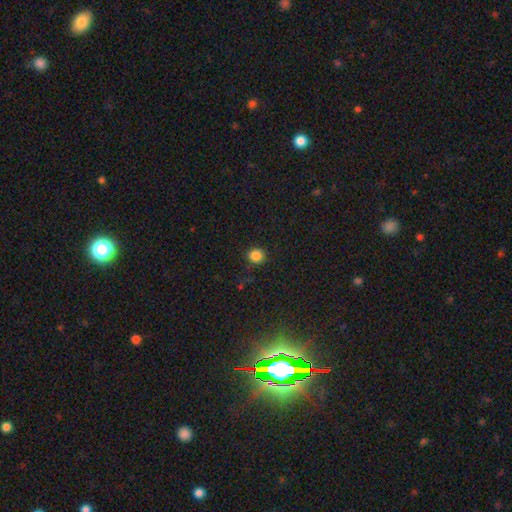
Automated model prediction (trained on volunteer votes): smooth 85%, star or artifact 12%, featured or disk 4%. Down the decision tree: how rounded — round (88%); merging — none (88%).